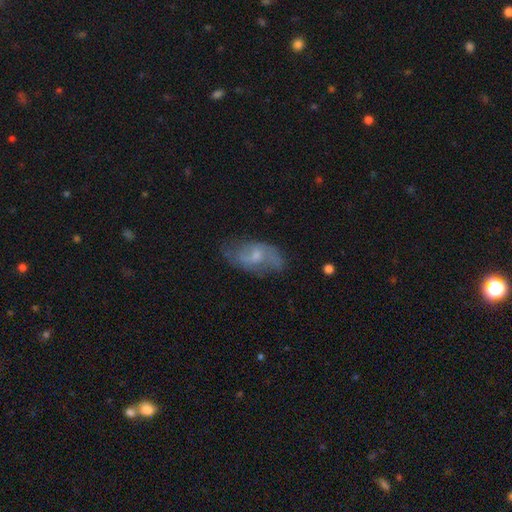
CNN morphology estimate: Q: Smooth or featured?
A: featured or disk (61%); runner-up: smooth (32%)
Q: Edge-on disk?
A: no (94%); runner-up: yes (6%)
Q: Bar?
A: no (48%); runner-up: weak (45%)
Q: Spiral arms?
A: yes (77%); runner-up: no (23%)
Q: Bulge size?
A: small (43%); tied with: moderate (43%)
Q: Merging?
A: none (64%); runner-up: minor disturbance (24%)